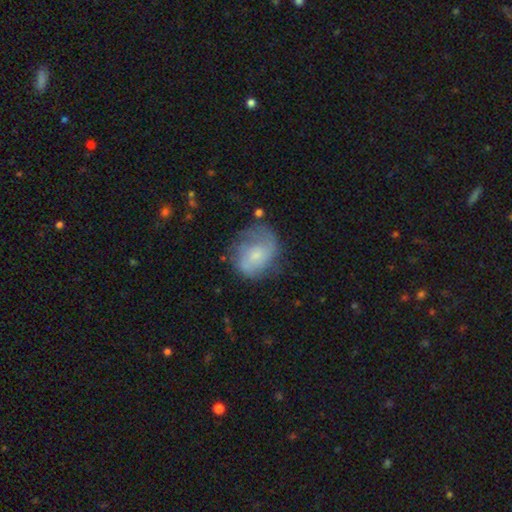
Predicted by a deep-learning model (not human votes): Morphology: type=featured or disk (52%); edge-on=no (97%); bar=no (67%); spiral arms=yes (76%); bulge=small (61%); merging=none (53%).